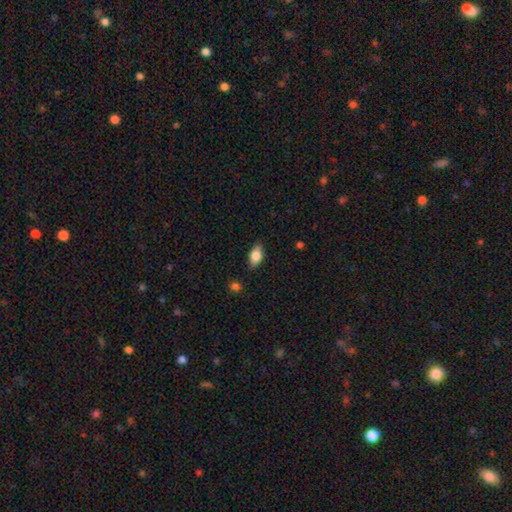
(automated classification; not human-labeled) This appears to be a smooth galaxy with no disk features (81%) that is in between round and cigar-shaped (89%). Merging: none (85%).